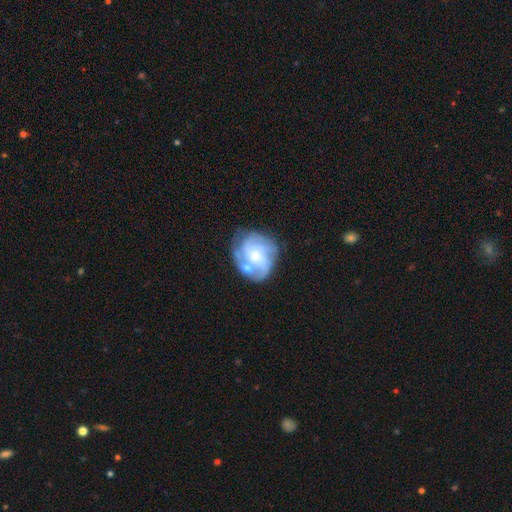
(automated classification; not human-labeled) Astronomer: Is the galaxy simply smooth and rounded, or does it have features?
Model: featured or disk — 77%.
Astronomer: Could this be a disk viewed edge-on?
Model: no — 98%.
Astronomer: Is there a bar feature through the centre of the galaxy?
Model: no — 63%.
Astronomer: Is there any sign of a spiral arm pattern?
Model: yes — 90%.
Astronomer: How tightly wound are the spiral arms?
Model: medium — 42%, tied with tight at 42%.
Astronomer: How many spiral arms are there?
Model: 3 — 40% (runner-up: can't tell, 20%).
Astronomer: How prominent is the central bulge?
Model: small — 48% (runner-up: moderate, 40%).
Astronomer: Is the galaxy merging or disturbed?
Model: none — 53%.